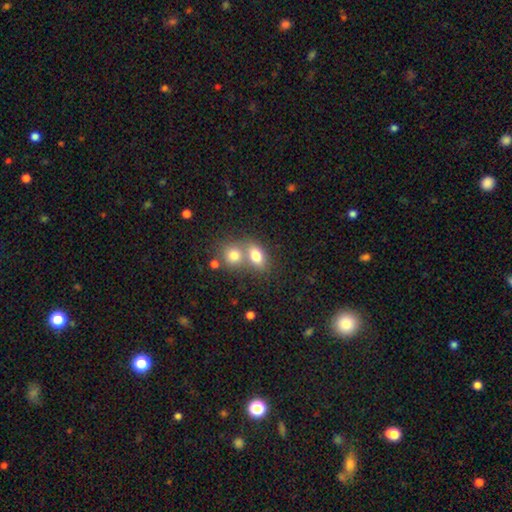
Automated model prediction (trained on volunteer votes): Smooth or featured? Predicted: smooth (p=0.77). How rounded? Predicted: in between (p=0.71). Merging? Predicted: merger (p=0.53).